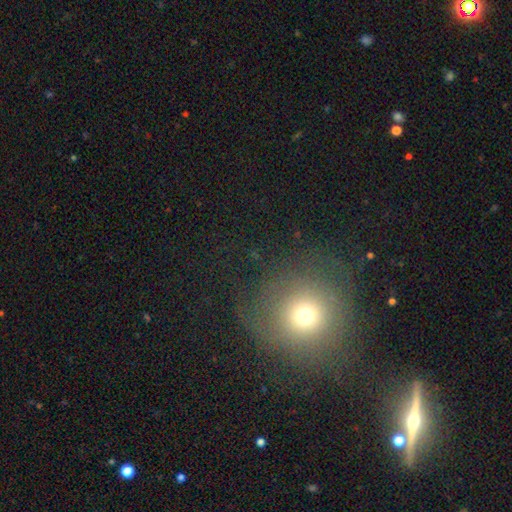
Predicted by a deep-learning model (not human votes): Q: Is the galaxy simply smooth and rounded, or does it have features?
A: smooth — 52%.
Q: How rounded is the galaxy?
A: round — 90%.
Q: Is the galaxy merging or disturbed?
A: none — 80%.